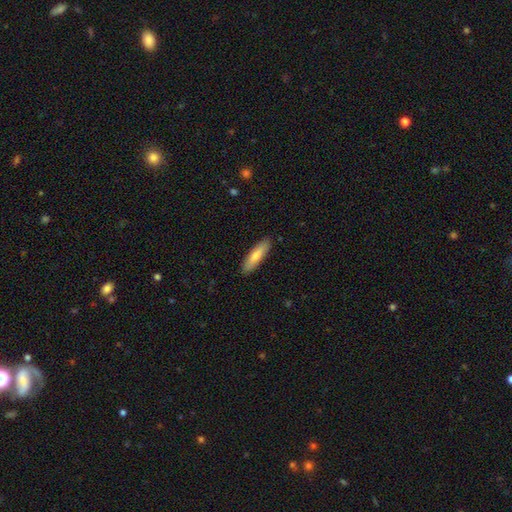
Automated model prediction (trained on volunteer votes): The model was most divided on "how rounded": cigar-shaped: 67%, in between: 31%, round: 2%. More confident: merging — none (89%); smooth or featured — smooth (73%).